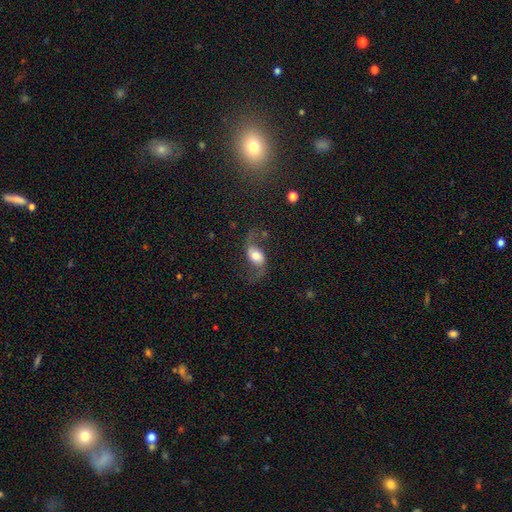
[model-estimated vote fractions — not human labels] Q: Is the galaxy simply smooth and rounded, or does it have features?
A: featured or disk — 70%.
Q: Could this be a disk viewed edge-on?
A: no — 95%.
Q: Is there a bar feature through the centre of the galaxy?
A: no — 51%.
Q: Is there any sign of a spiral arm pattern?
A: yes — 92%.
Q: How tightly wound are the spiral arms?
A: loose — 85%.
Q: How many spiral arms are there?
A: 2 — 93%.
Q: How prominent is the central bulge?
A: moderate — 46%.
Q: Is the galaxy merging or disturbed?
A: none — 62%.